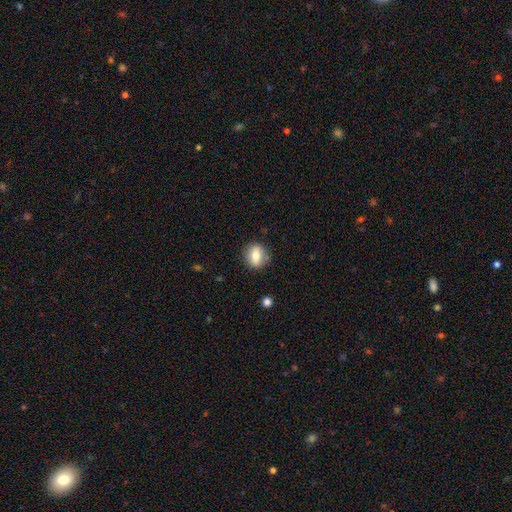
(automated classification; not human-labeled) The model was most divided on "how rounded": round: 59%, in between: 38%, cigar-shaped: 2%. More confident: merging — none (84%); smooth or featured — smooth (73%).